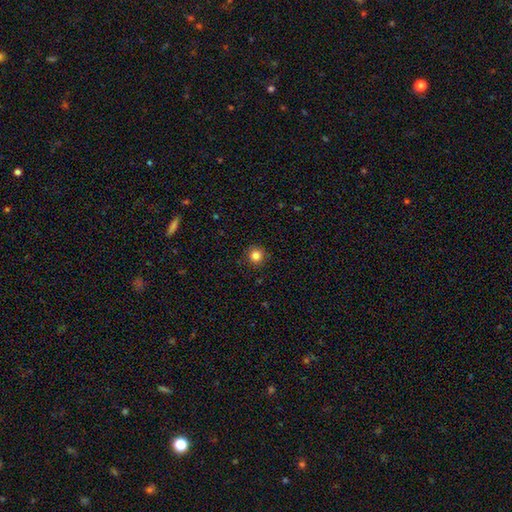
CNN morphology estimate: The model was most divided on "smooth or featured": smooth: 84%, star or artifact: 11%, featured or disk: 5%. More confident: how rounded — round (93%); merging — none (90%).